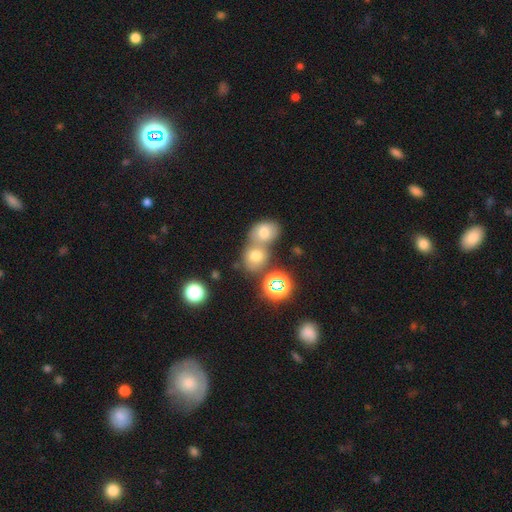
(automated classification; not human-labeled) A smooth galaxy with no disk features (68%) that is round (62%). Merging: merger (54%).